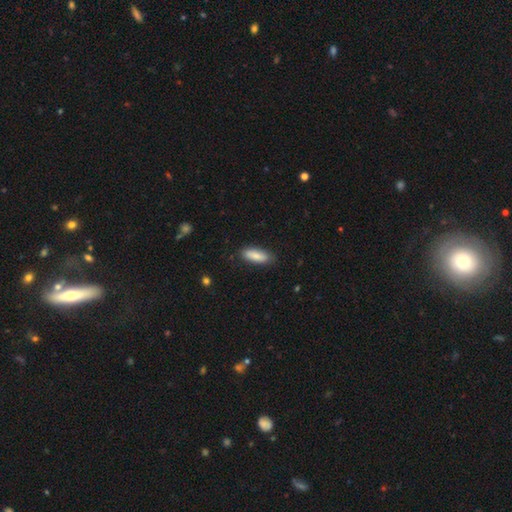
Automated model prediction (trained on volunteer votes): Smooth or featured: smooth — 84% (featured or disk — 10%)
How rounded: in between — 62% (cigar-shaped — 36%)
Merging: none — 84% (minor disturbance — 12%)